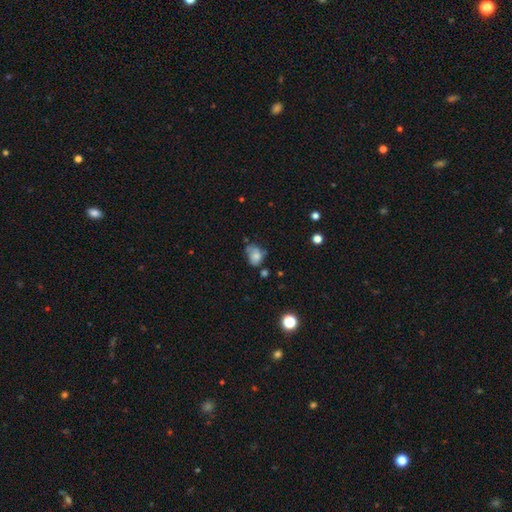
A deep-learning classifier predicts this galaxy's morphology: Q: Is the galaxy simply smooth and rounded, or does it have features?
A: smooth — 66%.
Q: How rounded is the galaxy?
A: in between — 71%.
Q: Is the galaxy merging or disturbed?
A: minor disturbance — 36%.